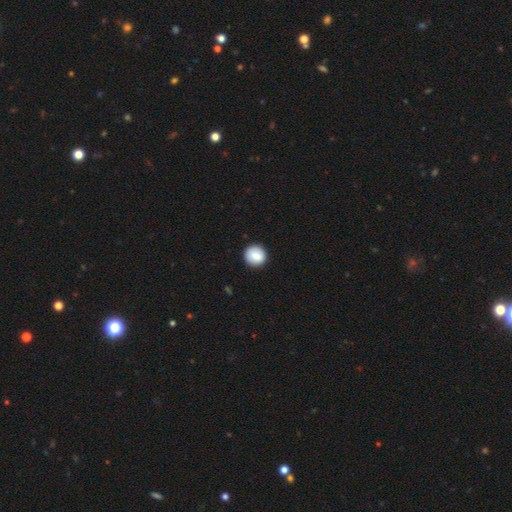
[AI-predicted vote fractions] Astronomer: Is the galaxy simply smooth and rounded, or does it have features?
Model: smooth — 84%.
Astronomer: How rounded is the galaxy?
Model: round — 92%.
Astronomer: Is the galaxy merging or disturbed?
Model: none — 91%.